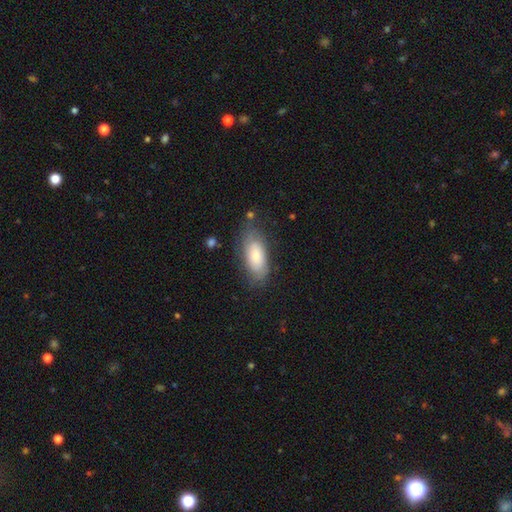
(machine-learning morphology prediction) Smooth or featured: smooth — 66% (featured or disk — 28%)
How rounded: in between — 88% (cigar-shaped — 9%)
Merging: none — 66% (minor disturbance — 23%)